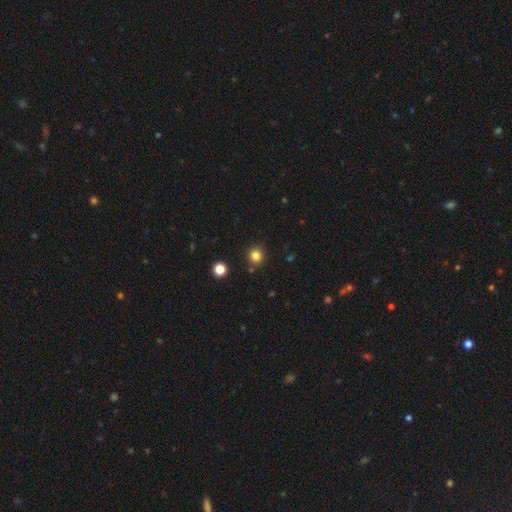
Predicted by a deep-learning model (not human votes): Smooth or featured? Predicted: smooth (p=0.82). How rounded? Predicted: round (p=0.90). Merging? Predicted: none (p=0.86).